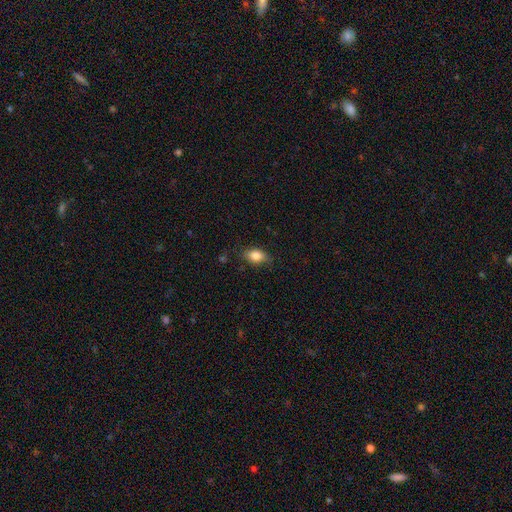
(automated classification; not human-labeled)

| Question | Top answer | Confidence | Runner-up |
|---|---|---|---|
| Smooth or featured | smooth | 84% | star or artifact (8%) |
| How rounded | in between | 85% | round (12%) |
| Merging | none | 77% | minor disturbance (17%) |